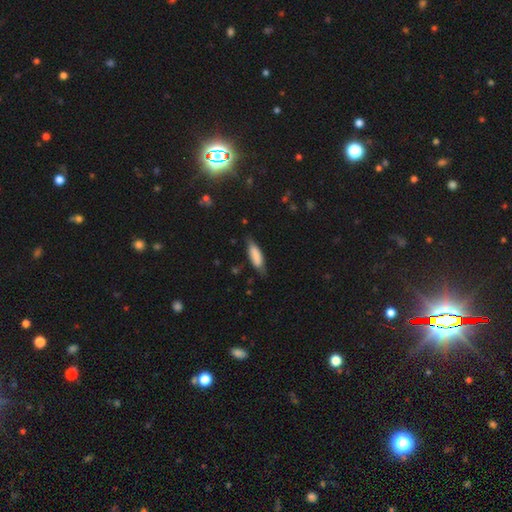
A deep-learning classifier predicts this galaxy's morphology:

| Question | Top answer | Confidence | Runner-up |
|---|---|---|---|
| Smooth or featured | smooth | 80% | featured or disk (14%) |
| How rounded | in between | 51% | cigar-shaped (47%) |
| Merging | none | 69% | minor disturbance (25%) |